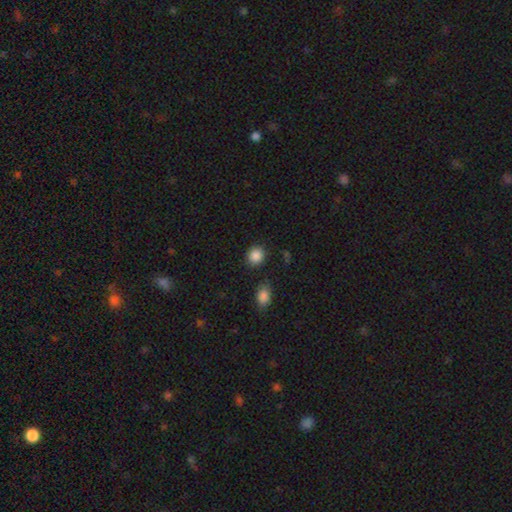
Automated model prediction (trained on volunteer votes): smooth-or-featured: smooth: 88% | star or artifact: 9% | featured or disk: 3%
  how-rounded: round: 77% | in between: 22% | cigar-shaped: 1%
  merging: none: 83% | minor disturbance: 10% | merger: 3% | major disturbance: 3%